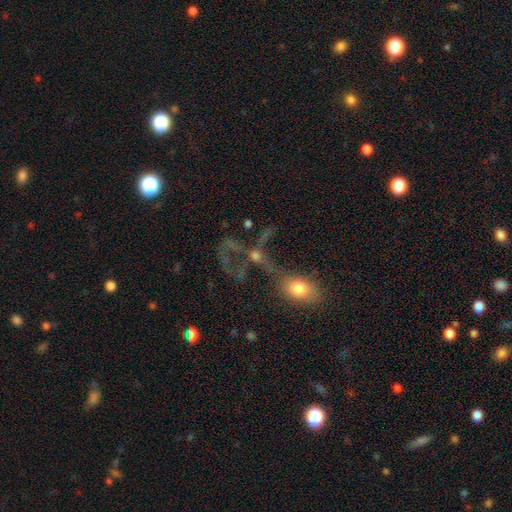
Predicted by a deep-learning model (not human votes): Smooth or featured? Predicted: featured or disk (p=0.43). Merging? Predicted: merger (p=0.43).